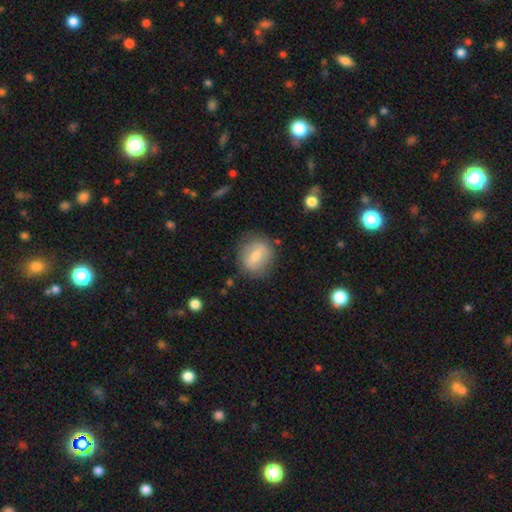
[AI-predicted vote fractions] The model was most divided on "smooth or featured": smooth: 55%, featured or disk: 36%, star or artifact: 9%. More confident: merging — none (80%); how rounded — round (72%).